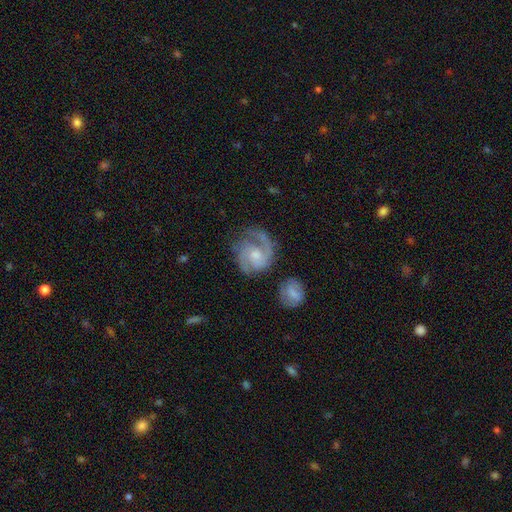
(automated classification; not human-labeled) featured or disk 84%, smooth 11%, star or artifact 5%. Down the decision tree: edge-on disk — no (98%); bar — no (60%); spiral arms — yes (96%); spiral arm count — 2 (58%); spiral winding — medium (47%); bulge size — moderate (52%); merging — none (63%).